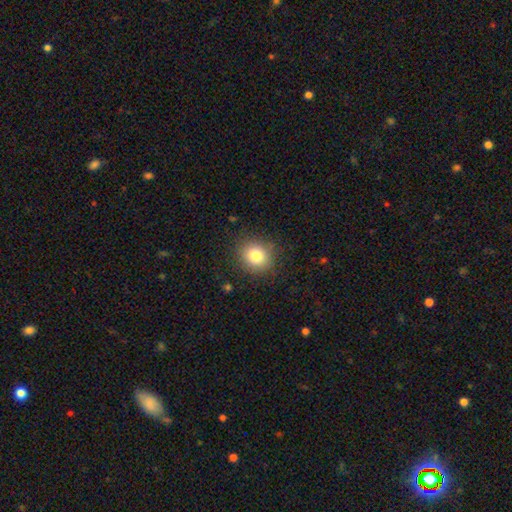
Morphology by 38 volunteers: smooth-or-featured: smooth: 84% | featured or disk: 13% | star or artifact: 3%
  how-rounded: round: 91% | in between: 9% | cigar-shaped: 0%
  merging: none: 84% | major disturbance: 11% | minor disturbance: 5% | merger: 0%